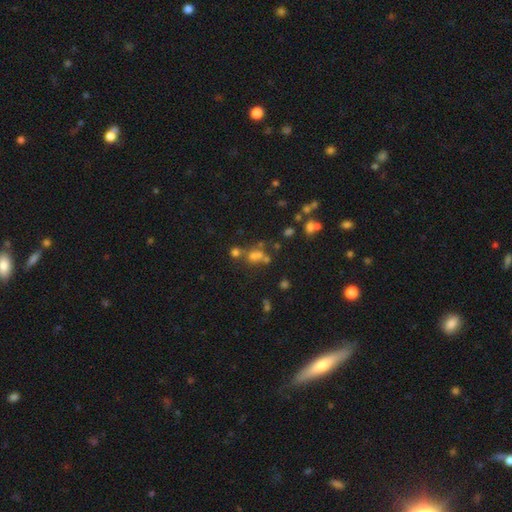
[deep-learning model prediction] This is possibly a smooth galaxy (51%). How rounded: likely round (78%). Merging: possibly none (47%).